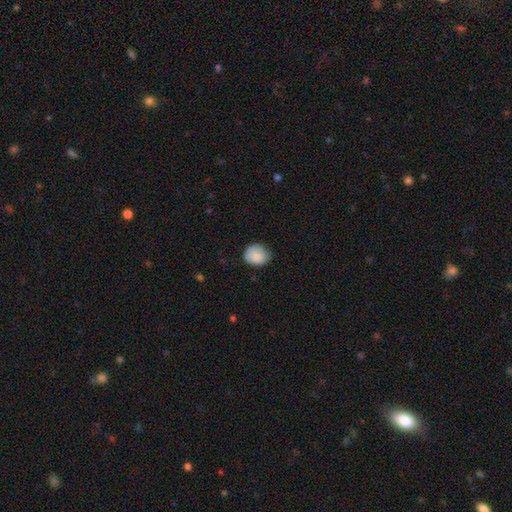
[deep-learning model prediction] Smooth or featured: smooth — 85% (featured or disk — 8%)
How rounded: round — 59% (in between — 41%)
Merging: none — 67% (minor disturbance — 27%)